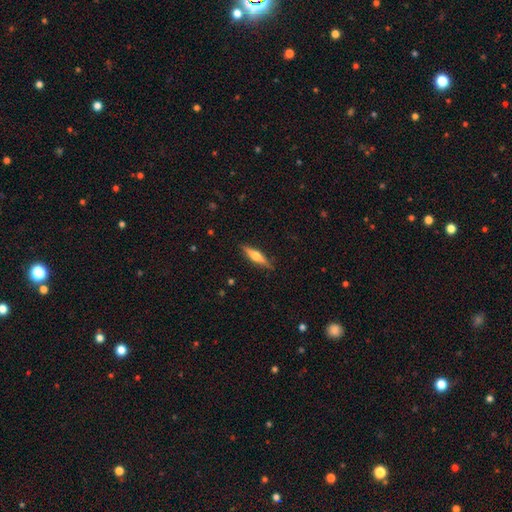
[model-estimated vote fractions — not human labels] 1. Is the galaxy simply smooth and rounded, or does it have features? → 57% featured or disk, 37% smooth, 6% star or artifact.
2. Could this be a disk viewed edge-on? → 96% yes, 4% no.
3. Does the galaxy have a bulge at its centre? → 92% rounded, 5% boxy, 4% none.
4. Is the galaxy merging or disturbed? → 88% none, 9% minor disturbance, 2% major disturbance, 1% merger.